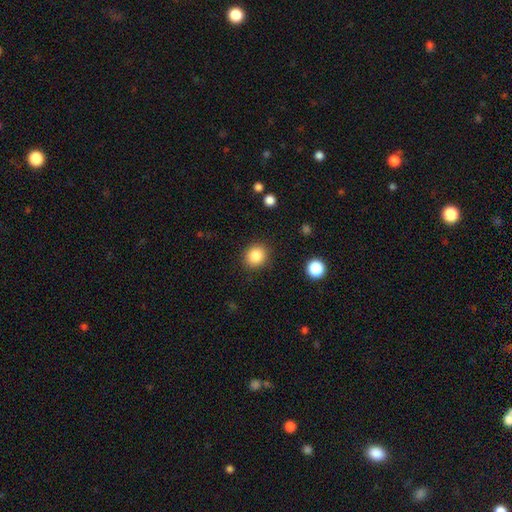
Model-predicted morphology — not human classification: Smooth or featured? smooth (86%)
How rounded? round (83%)
Merging? none (89%)